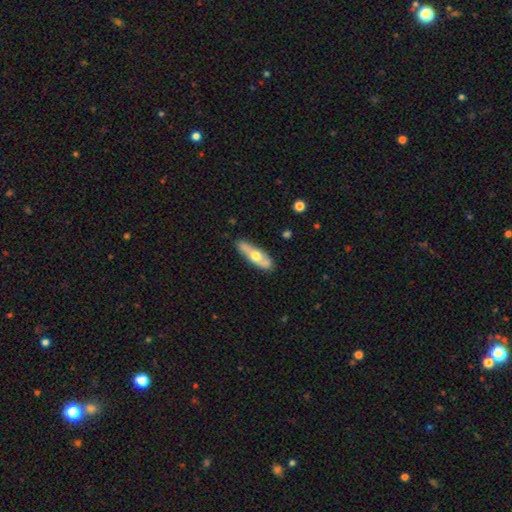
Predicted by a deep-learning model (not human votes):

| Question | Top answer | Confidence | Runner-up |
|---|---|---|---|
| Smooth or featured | featured or disk | 48% | smooth (47%) |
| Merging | none | 80% | minor disturbance (15%) |